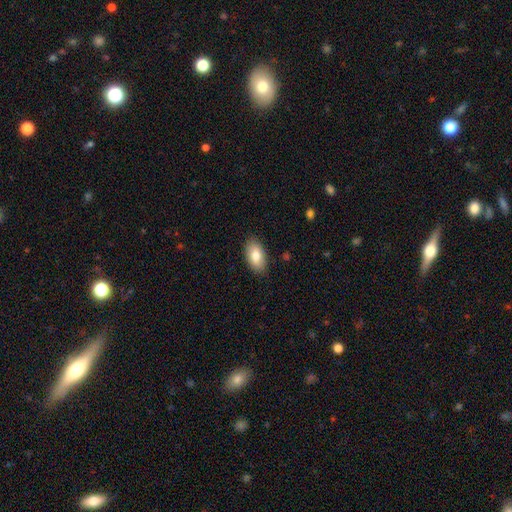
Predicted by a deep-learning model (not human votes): Smooth or featured: smooth — 81% (featured or disk — 13%)
How rounded: in between — 94% (round — 4%)
Merging: none — 86% (minor disturbance — 10%)